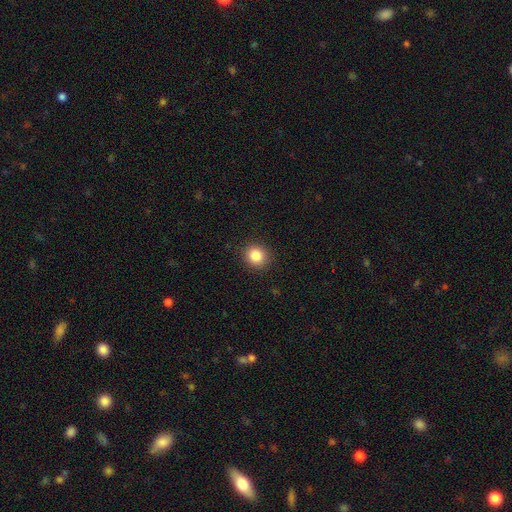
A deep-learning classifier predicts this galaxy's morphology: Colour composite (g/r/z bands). It shows a smooth galaxy with no disk features (85%) that is round (79%). Merging: none (90%).